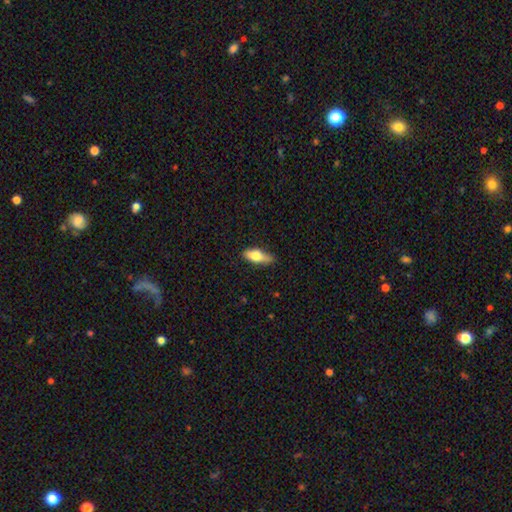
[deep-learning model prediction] Smooth or featured?
  - smooth: 67% *
  - featured or disk: 27%
  - star or artifact: 6%
How rounded?
  - in between: 63% *
  - cigar-shaped: 34%
  - round: 3%
Merging?
  - none: 68% *
  - minor disturbance: 25%
  - major disturbance: 5%
  - merger: 2%